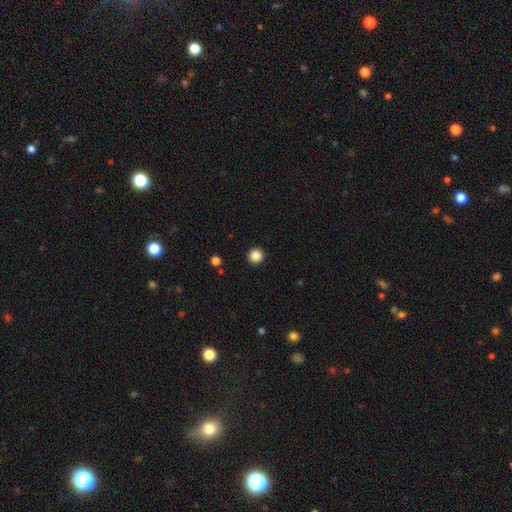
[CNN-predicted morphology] Smooth or featured: smooth — 86% (star or artifact — 10%)
How rounded: round — 96% (in between — 3%)
Merging: none — 94% (minor disturbance — 4%)